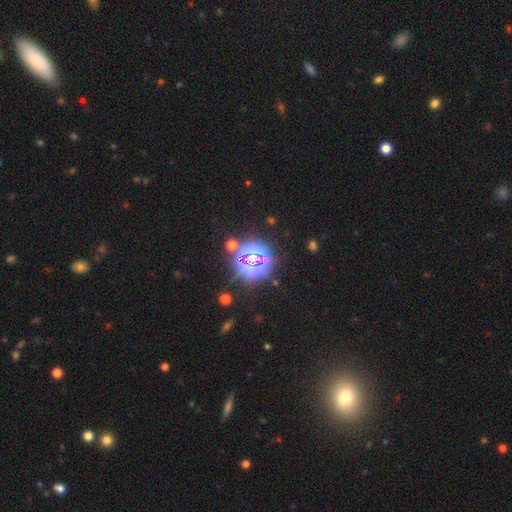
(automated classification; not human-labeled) smooth_or_featured: star or artifact (p=0.76) [alt: smooth p=0.16]